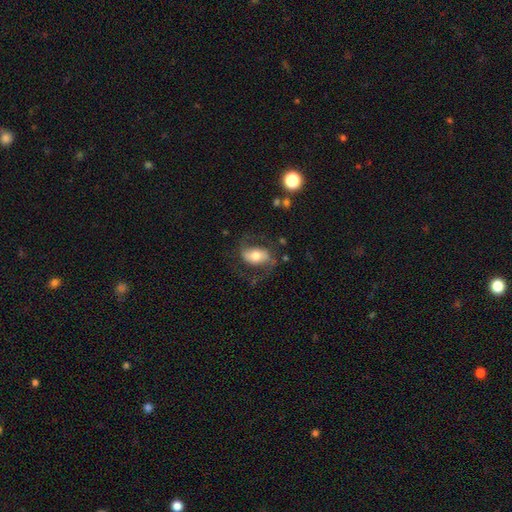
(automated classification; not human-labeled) smooth_or_featured: featured or disk (p=0.60) [alt: smooth p=0.32]
disk_edge_on: no (p=0.95) [alt: yes p=0.05]
bar: strong (p=0.33) [tied with: weak p=0.33, no p=0.33]
has_spiral_arms: yes (p=0.84) [alt: no p=0.16]
bulge_size: moderate (p=0.62) [alt: large p=0.17]
merging: none (p=0.63) [alt: major disturbance p=0.18]